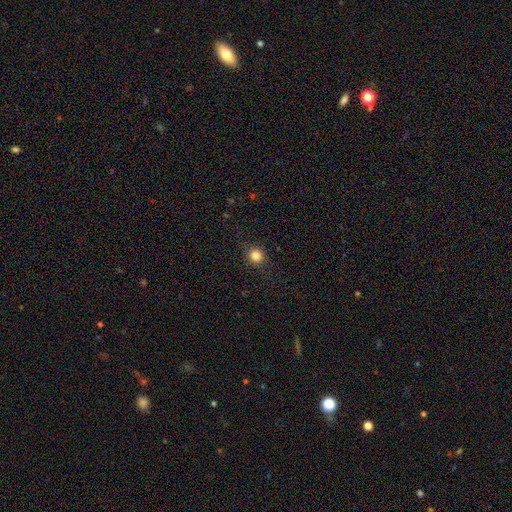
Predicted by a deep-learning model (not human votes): smooth 83%, star or artifact 12%, featured or disk 5%. Down the decision tree: how rounded — round (86%); merging — none (88%).